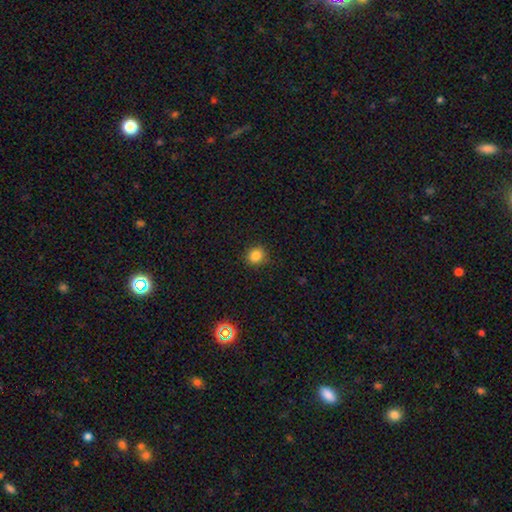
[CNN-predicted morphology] smooth_or_featured: smooth (p=0.83) [alt: star or artifact p=0.12]
how_rounded: round (p=0.87) [alt: in between p=0.12]
merging: none (p=0.89) [alt: minor disturbance p=0.08]